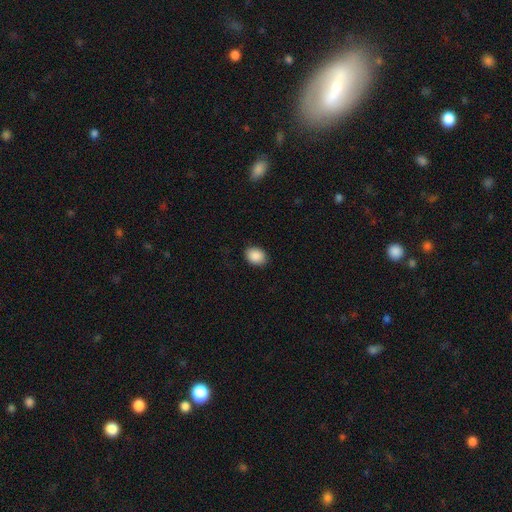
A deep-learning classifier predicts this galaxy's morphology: Smooth or featured? smooth (90%)
How rounded? in between (67%)
Merging? none (87%)